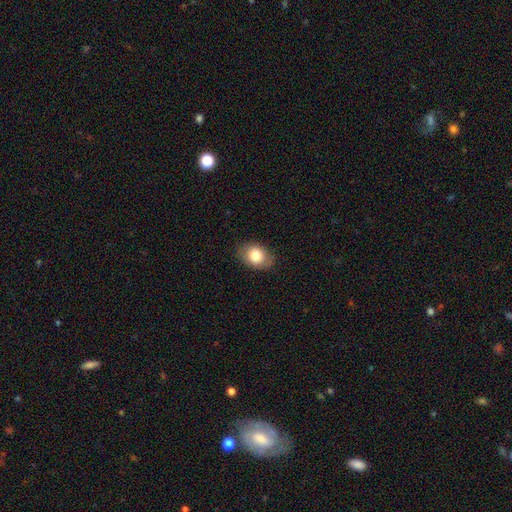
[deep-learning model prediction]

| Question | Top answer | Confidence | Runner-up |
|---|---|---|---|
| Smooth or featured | smooth | 80% | featured or disk (12%) |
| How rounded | in between | 71% | round (28%) |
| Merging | none | 83% | minor disturbance (13%) |